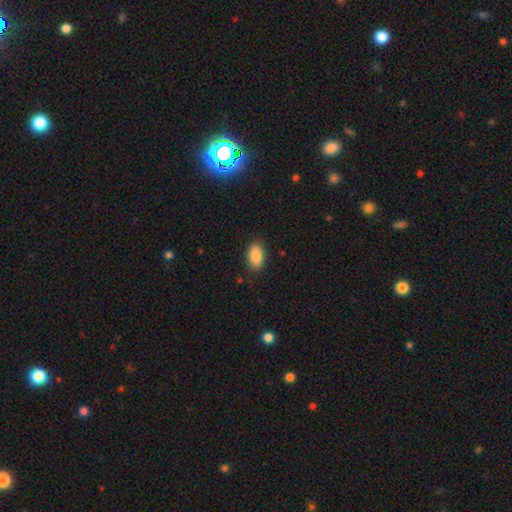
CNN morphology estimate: A smooth galaxy with no disk features (88%) that is in between round and cigar-shaped (93%). Merging: none (86%).